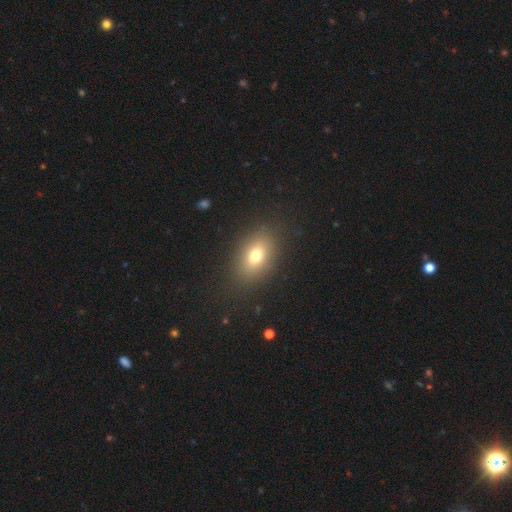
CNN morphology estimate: The model was most divided on "smooth or featured": smooth: 72%, featured or disk: 15%, star or artifact: 13%. More confident: merging — none (85%); how rounded — in between (77%).